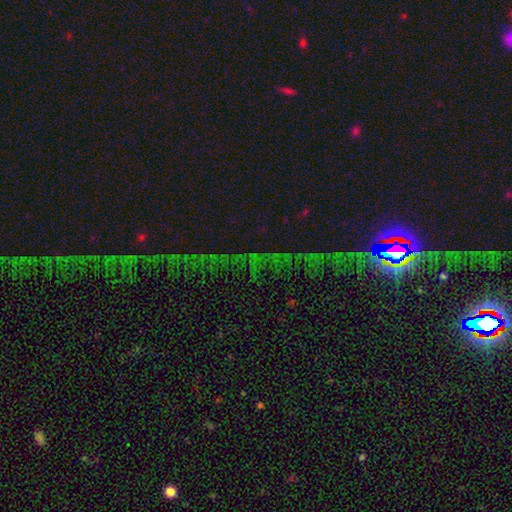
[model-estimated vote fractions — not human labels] smooth-or-featured: star or artifact: 82% | featured or disk: 10% | smooth: 8%